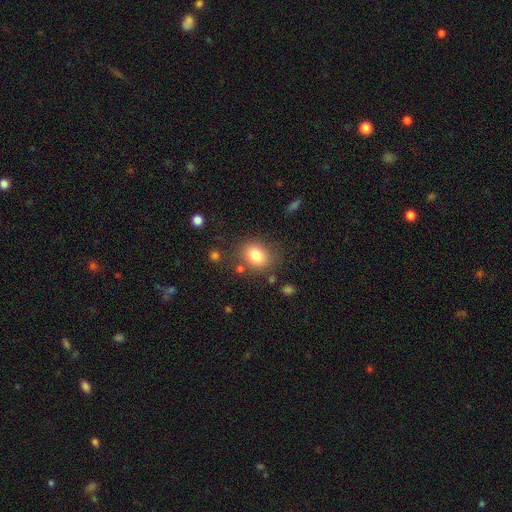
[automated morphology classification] This is clearly a smooth galaxy (82%). How rounded: possibly round (51%). Merging: likely none (75%).